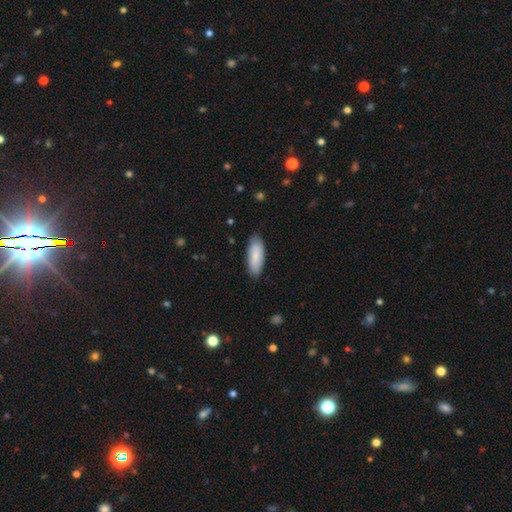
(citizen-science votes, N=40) Morphology: type=smooth (80%); roundness=in between (69%); merging=none (89%).